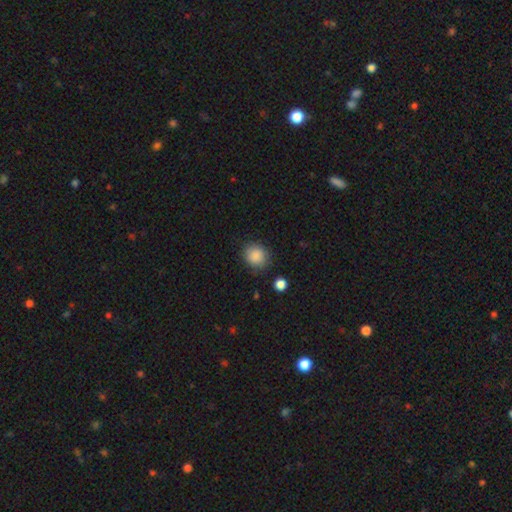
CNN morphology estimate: smooth_or_featured: smooth (p=0.87) [alt: star or artifact p=0.09]
how_rounded: round (p=0.77) [alt: in between p=0.22]
merging: none (p=0.82) [alt: minor disturbance p=0.13]